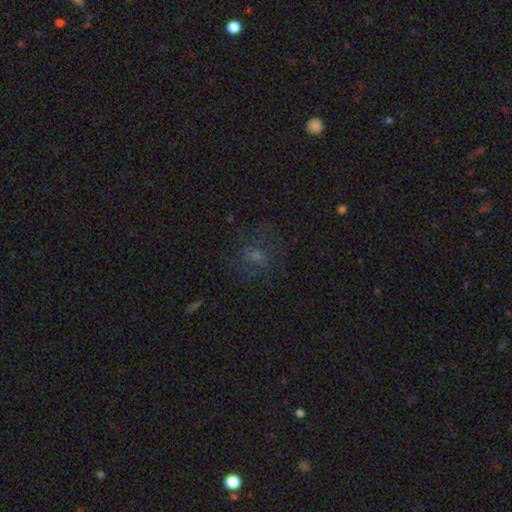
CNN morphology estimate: Smooth or featured? smooth (41%)
Merging? none (61%)